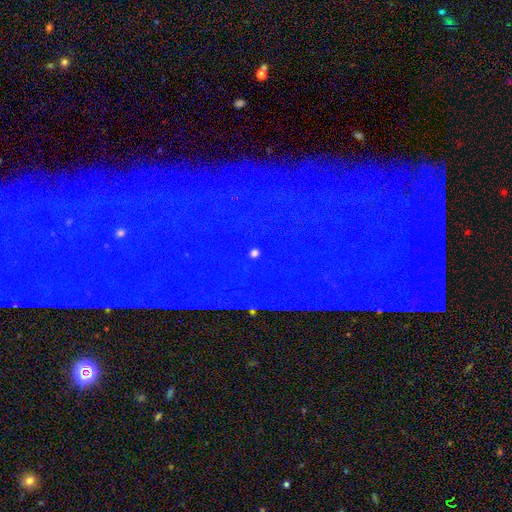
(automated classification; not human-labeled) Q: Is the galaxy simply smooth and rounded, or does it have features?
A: star or artifact — 73%.